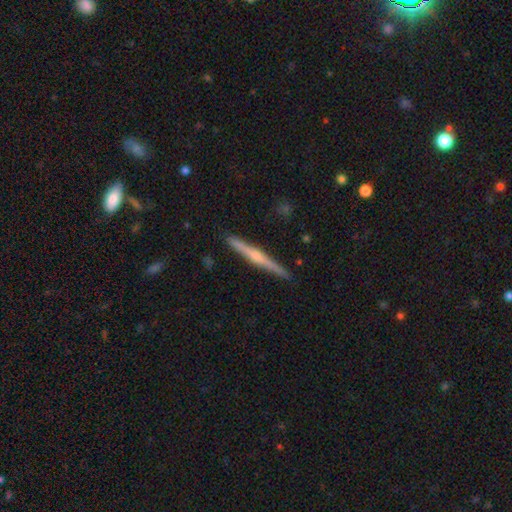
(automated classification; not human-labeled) smooth_or_featured: featured or disk (p=0.69) [alt: smooth p=0.26]
disk_edge_on: yes (p=0.98) [alt: no p=0.02]
edge_on_bulge: rounded (p=0.70) [alt: none p=0.21]
merging: none (p=0.92) [alt: minor disturbance p=0.06]